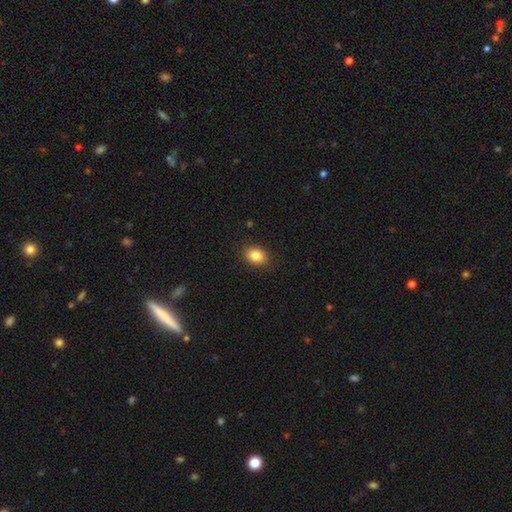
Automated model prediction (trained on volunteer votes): This is clearly a smooth galaxy (85%). How rounded: likely in between (65%). Merging: clearly none (88%).